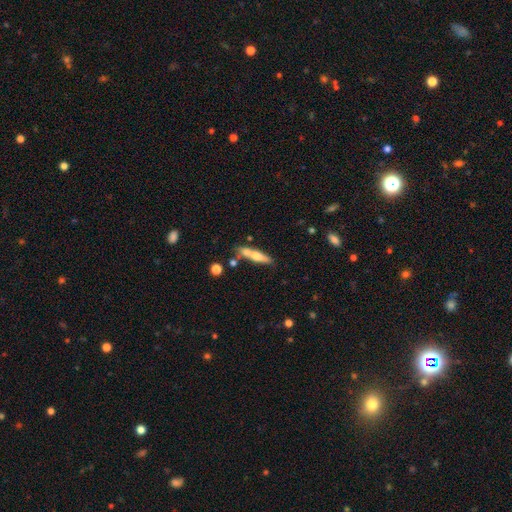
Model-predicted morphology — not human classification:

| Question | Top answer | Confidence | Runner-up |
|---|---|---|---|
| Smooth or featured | smooth | 57% | featured or disk (37%) |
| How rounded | cigar-shaped | 76% | in between (21%) |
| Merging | none | 56% | merger (22%) |